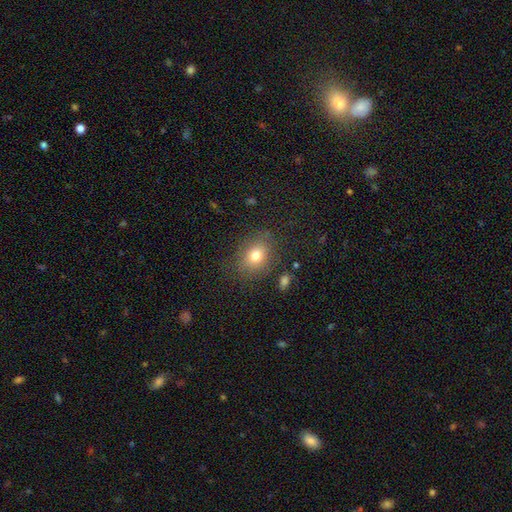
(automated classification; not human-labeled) Smooth or featured? Predicted: smooth (p=0.77). How rounded? Predicted: in between (p=0.52). Merging? Predicted: none (p=0.81).